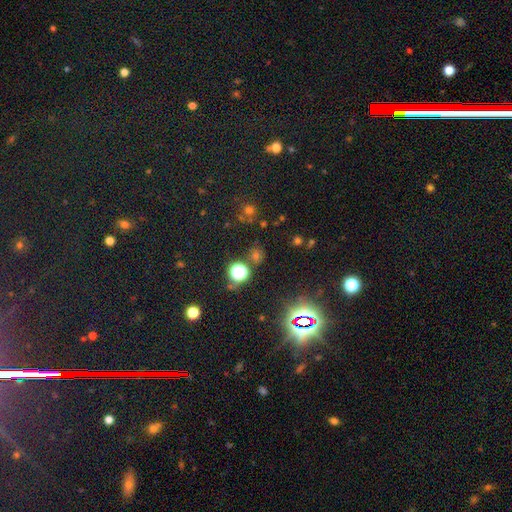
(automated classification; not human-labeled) The model was most divided on "smooth or featured": star or artifact: 54%, smooth: 39%, featured or disk: 7%.